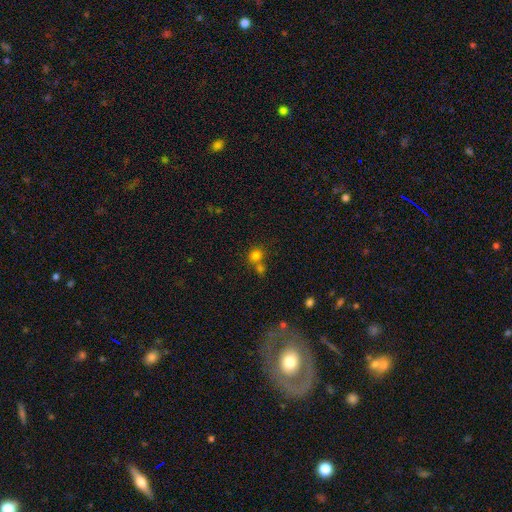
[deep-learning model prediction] Smooth or featured? smooth (78%)
How rounded? round (83%)
Merging? none (51%)